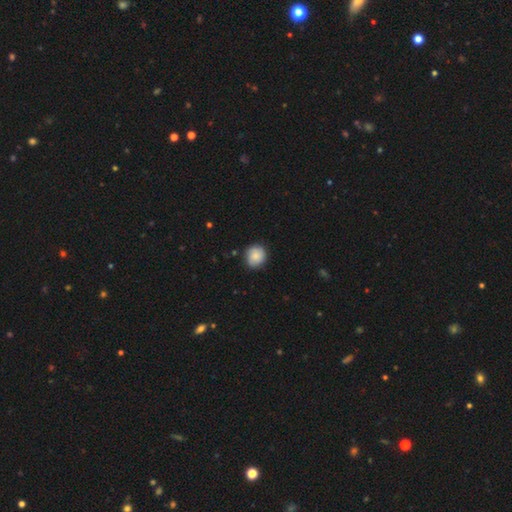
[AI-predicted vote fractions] Smooth or featured?
  - smooth: 80% *
  - featured or disk: 13%
  - star or artifact: 7%
How rounded?
  - round: 85% *
  - in between: 14%
  - cigar-shaped: 1%
Merging?
  - none: 83% *
  - minor disturbance: 13%
  - major disturbance: 3%
  - merger: 1%